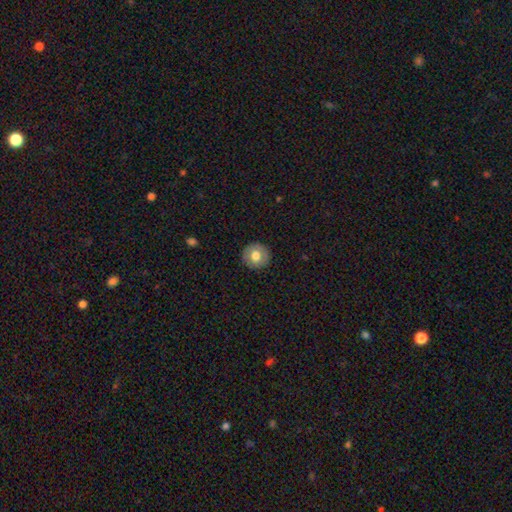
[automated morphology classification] This is likely a smooth galaxy (73%). How rounded: clearly round (94%). Merging: clearly none (90%).